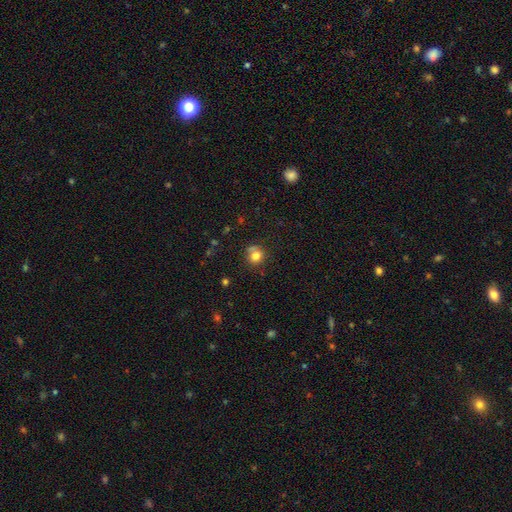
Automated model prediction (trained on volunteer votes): Morphology: type=smooth (77%); roundness=round (82%); merging=none (67%).